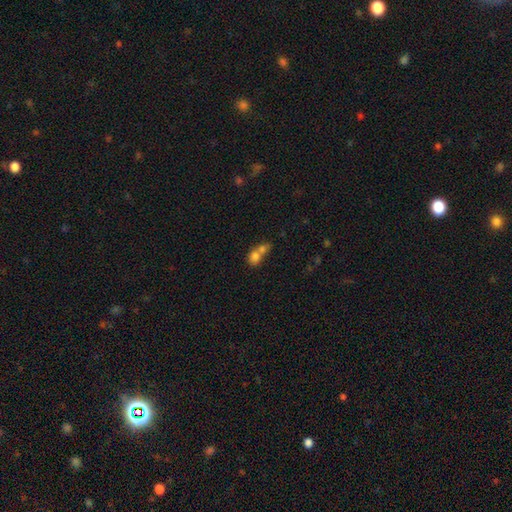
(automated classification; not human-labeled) A smooth galaxy with no disk features (75%) that is round (53%). Merging: merger (70%).